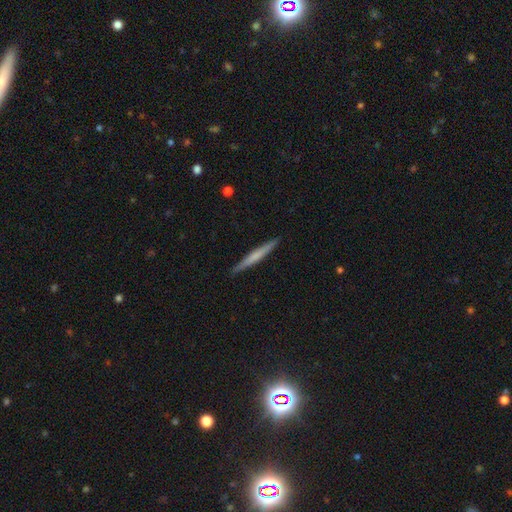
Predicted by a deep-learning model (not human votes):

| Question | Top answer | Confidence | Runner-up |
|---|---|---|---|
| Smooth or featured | smooth | 51% | featured or disk (43%) |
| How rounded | cigar-shaped | 96% | in between (2%) |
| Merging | none | 92% | minor disturbance (6%) |